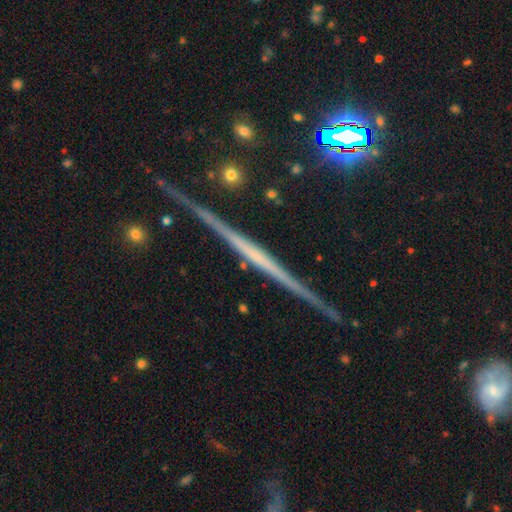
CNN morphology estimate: This appears to be a featured or disk galaxy (78%) viewed edge-on (98%) with no central bulge (68%). Merging: none (90%).